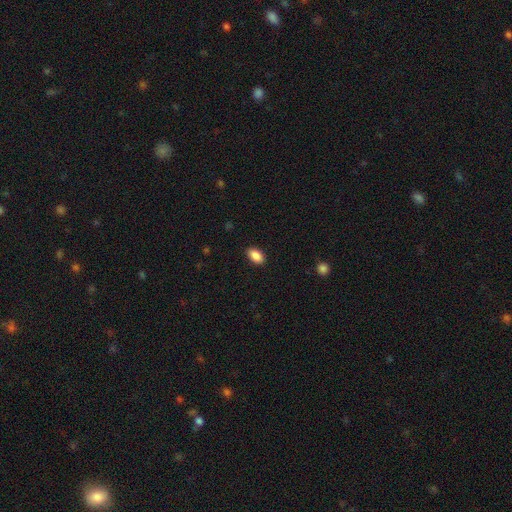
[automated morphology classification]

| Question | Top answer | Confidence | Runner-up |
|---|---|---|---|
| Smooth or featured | smooth | 89% | star or artifact (8%) |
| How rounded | in between | 92% | round (6%) |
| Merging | none | 89% | minor disturbance (8%) |